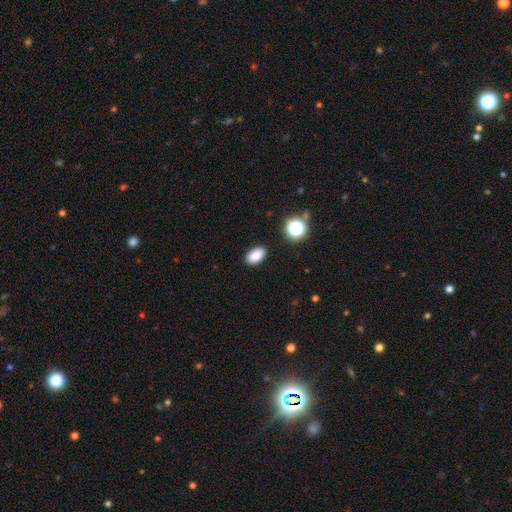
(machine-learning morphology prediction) Smooth or featured? smooth (86%)
How rounded? in between (91%)
Merging? none (89%)